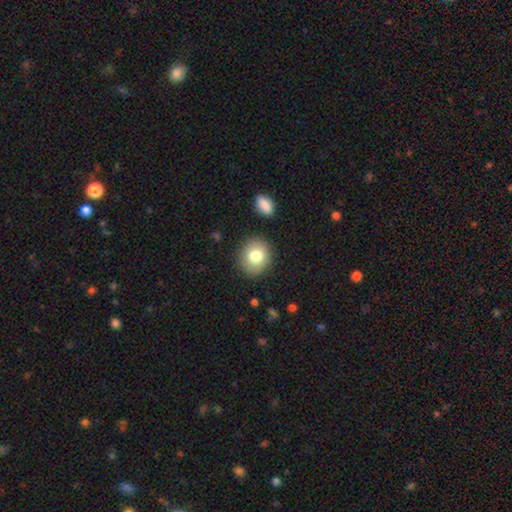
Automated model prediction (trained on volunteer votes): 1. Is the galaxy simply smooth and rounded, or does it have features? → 79% smooth, 12% featured or disk, 9% star or artifact.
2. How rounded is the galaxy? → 75% round, 24% in between, 1% cigar-shaped.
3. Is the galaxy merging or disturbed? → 86% none, 9% minor disturbance, 3% major disturbance, 2% merger.